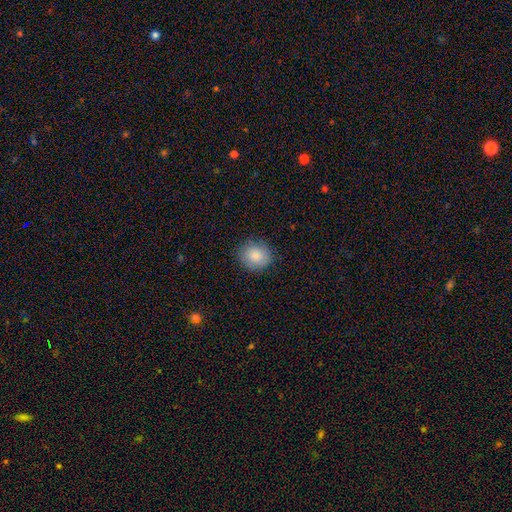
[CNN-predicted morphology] Q: Smooth or featured?
A: smooth (85%); runner-up: star or artifact (8%)
Q: How rounded?
A: round (75%); runner-up: in between (24%)
Q: Merging?
A: none (85%); runner-up: minor disturbance (11%)